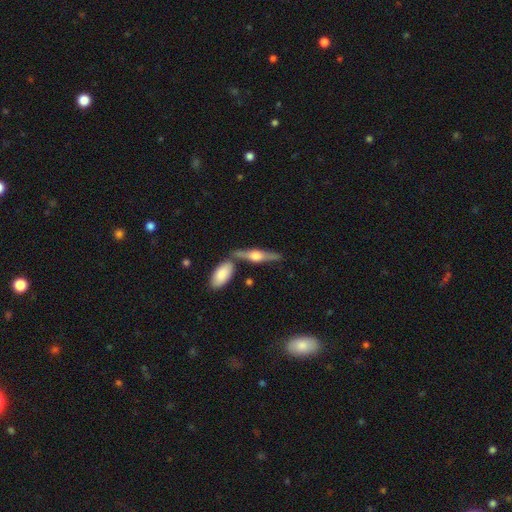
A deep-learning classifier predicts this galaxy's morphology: Q: Smooth or featured?
A: featured or disk (74%); runner-up: smooth (21%)
Q: Edge-on disk?
A: yes (96%); runner-up: no (4%)
Q: Edge-on bulge?
A: rounded (92%); runner-up: boxy (6%)
Q: Merging?
A: none (73%); runner-up: merger (14%)